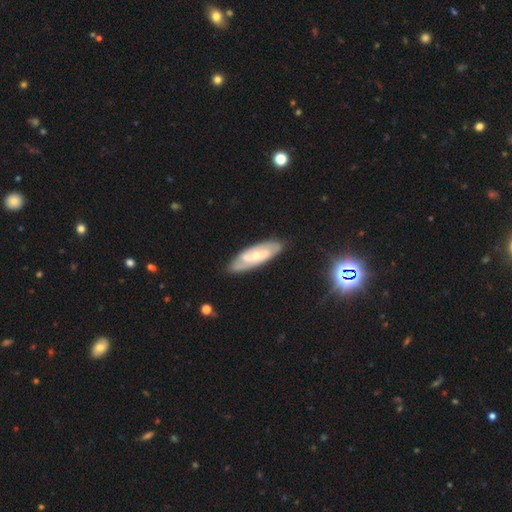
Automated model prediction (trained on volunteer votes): smooth_or_featured: featured or disk (p=0.64) [alt: smooth p=0.30]
disk_edge_on: no (p=0.82) [alt: yes p=0.18]
bar: no (p=0.73) [alt: weak p=0.22]
has_spiral_arms: yes (p=0.73) [alt: no p=0.27]
bulge_size: small (p=0.60) [alt: moderate p=0.36]
merging: none (p=0.79) [alt: minor disturbance p=0.15]